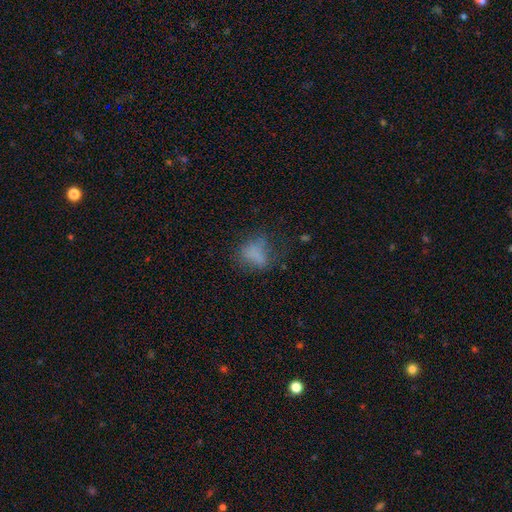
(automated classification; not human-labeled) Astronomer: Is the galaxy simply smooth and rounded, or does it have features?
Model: smooth — 65%.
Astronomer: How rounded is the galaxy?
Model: in between — 66%.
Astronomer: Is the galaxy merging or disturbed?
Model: none — 43% (runner-up: major disturbance, 29%).